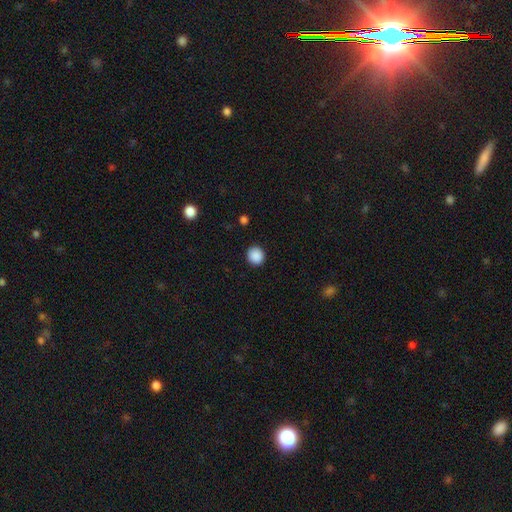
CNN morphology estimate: smooth-or-featured: smooth: 89% | star or artifact: 9% | featured or disk: 2%
  how-rounded: round: 89% | in between: 10% | cigar-shaped: 1%
  merging: none: 91% | minor disturbance: 6% | major disturbance: 2% | merger: 1%